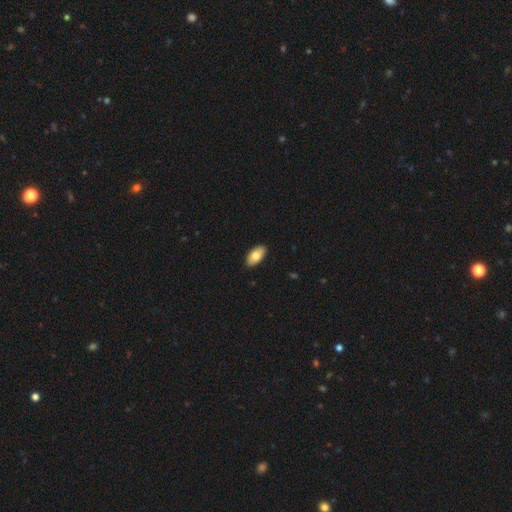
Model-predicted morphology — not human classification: This appears to be a smooth galaxy with no disk features (78%) that is in between round and cigar-shaped (94%). Merging: none (90%).